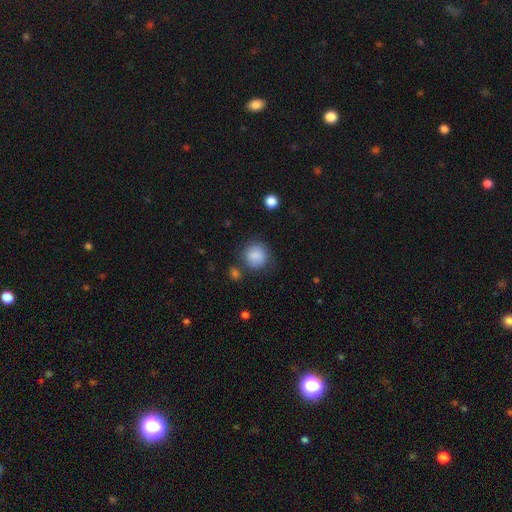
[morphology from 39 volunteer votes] This is clearly a smooth galaxy (90%). How rounded: clearly round (94%). Merging: clearly none (83%).